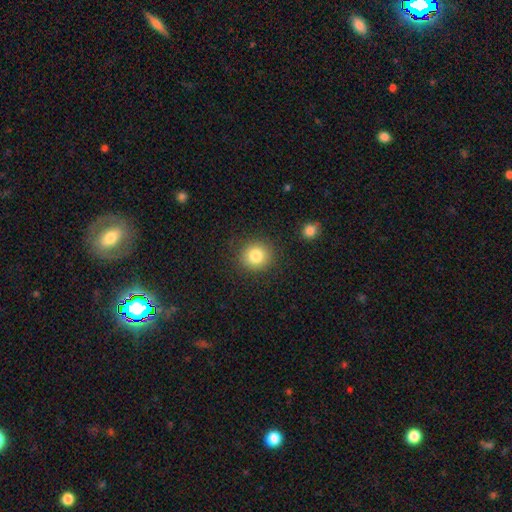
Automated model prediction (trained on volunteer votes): This appears to be a smooth galaxy with no disk features (82%) that is round (90%). Merging: none (88%).